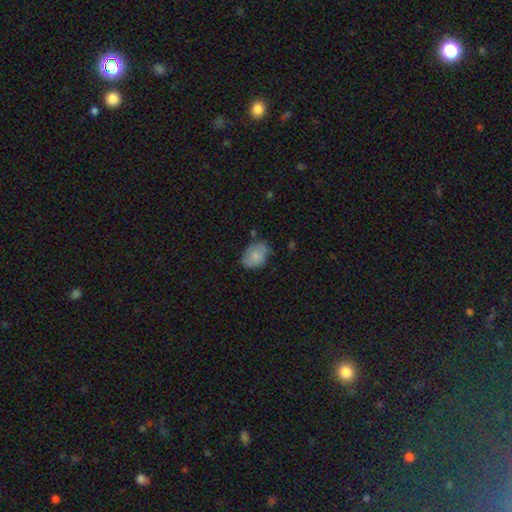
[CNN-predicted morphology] Q: Smooth or featured?
A: smooth (76%); runner-up: featured or disk (17%)
Q: How rounded?
A: in between (76%); runner-up: round (23%)
Q: Merging?
A: none (61%); runner-up: minor disturbance (29%)